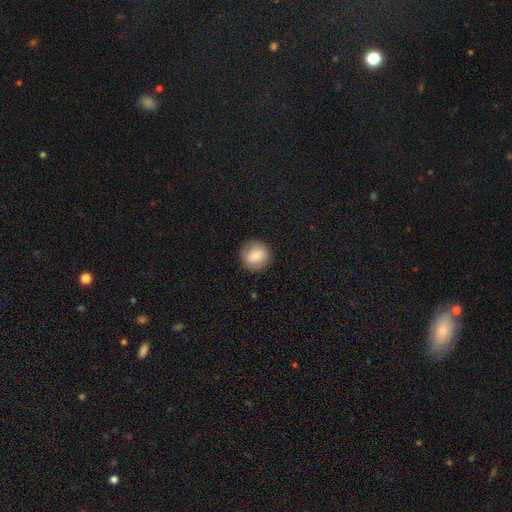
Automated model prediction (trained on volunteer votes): This appears to be a smooth galaxy with no disk features (69%) that is round (88%). Merging: none (85%).